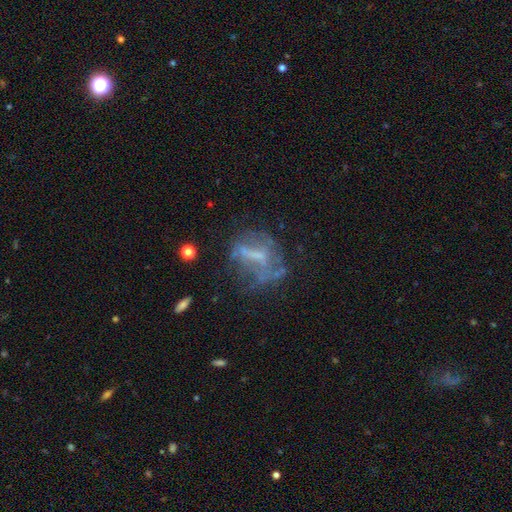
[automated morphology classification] Smooth or featured? featured or disk (59%)
Edge-on disk? no (93%)
Bar? no (45%)
Spiral arms? no (75%)
Bulge size? none (46%)
Merging? none (44%)